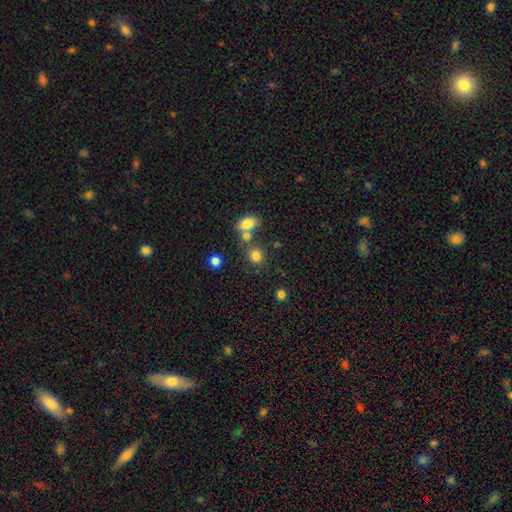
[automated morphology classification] type=smooth (80%); roundness=round (75%); merging=none (62%).